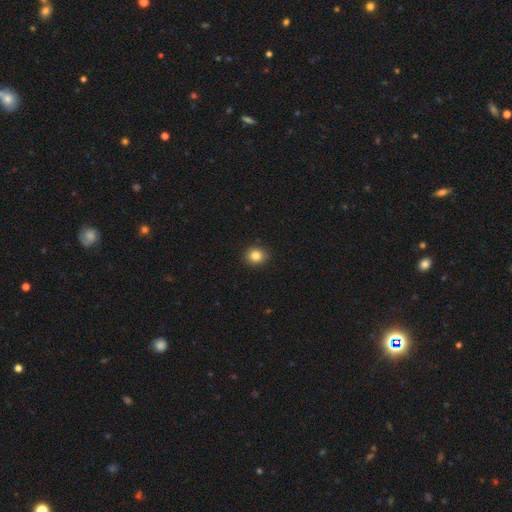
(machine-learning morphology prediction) smooth_or_featured: smooth (p=0.84) [alt: star or artifact p=0.11]
how_rounded: round (p=0.81) [alt: in between p=0.18]
merging: none (p=0.91) [alt: minor disturbance p=0.06]